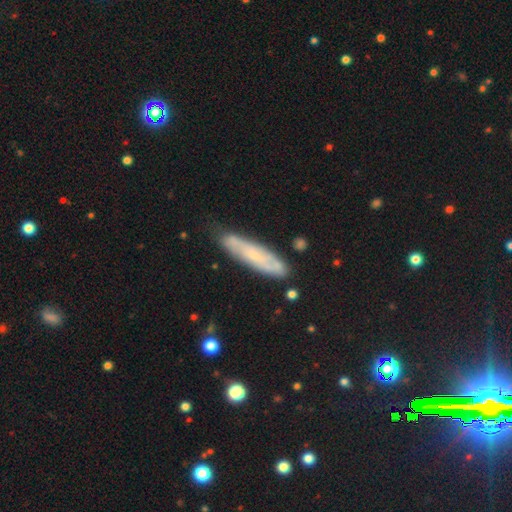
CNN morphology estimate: Smooth or featured: featured or disk — 46% (smooth — 44%)
Merging: none — 75% (minor disturbance — 18%)